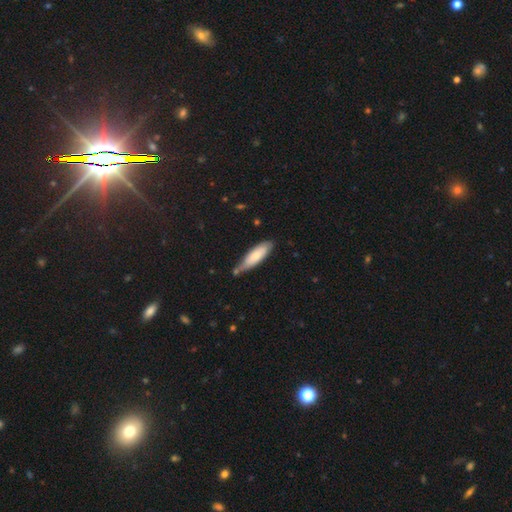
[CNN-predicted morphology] Q: Smooth or featured?
A: smooth (74%); runner-up: featured or disk (20%)
Q: How rounded?
A: cigar-shaped (55%); runner-up: in between (44%)
Q: Merging?
A: none (59%); runner-up: minor disturbance (26%)